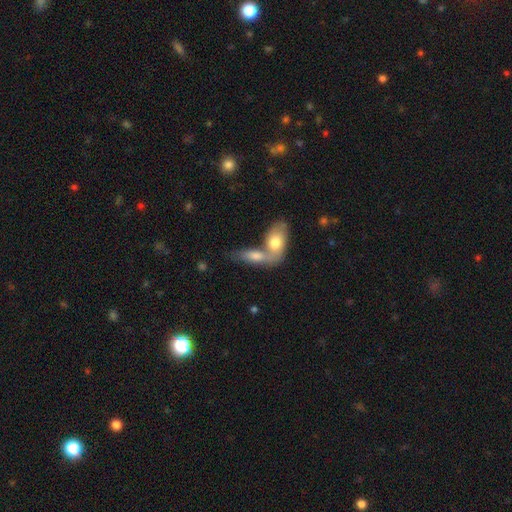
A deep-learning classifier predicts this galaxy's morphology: type=smooth (70%); roundness=in between (74%); merging=merger (65%).